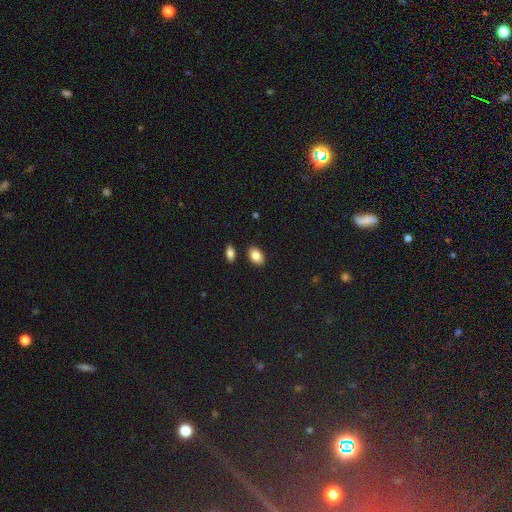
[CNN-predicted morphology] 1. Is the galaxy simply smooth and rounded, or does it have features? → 86% smooth, 7% star or artifact, 7% featured or disk.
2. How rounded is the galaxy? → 88% in between, 10% round, 1% cigar-shaped.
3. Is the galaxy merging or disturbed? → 85% none, 9% minor disturbance, 5% merger, 2% major disturbance.